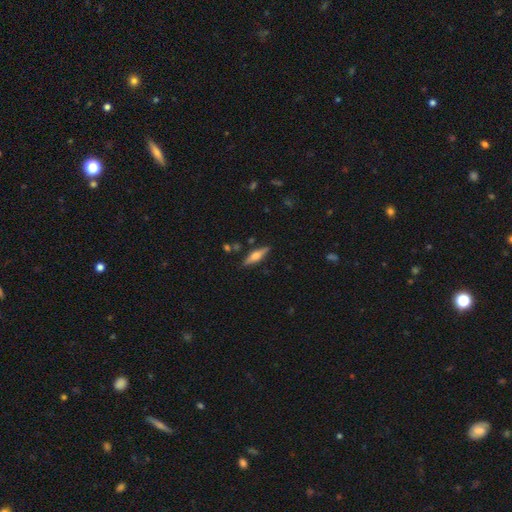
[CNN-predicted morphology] This is possibly a featured or disk galaxy (59%). It is clearly viewed edge-on (96%). Edge-on bulge: clearly rounded (88%). Merging: clearly none (85%).